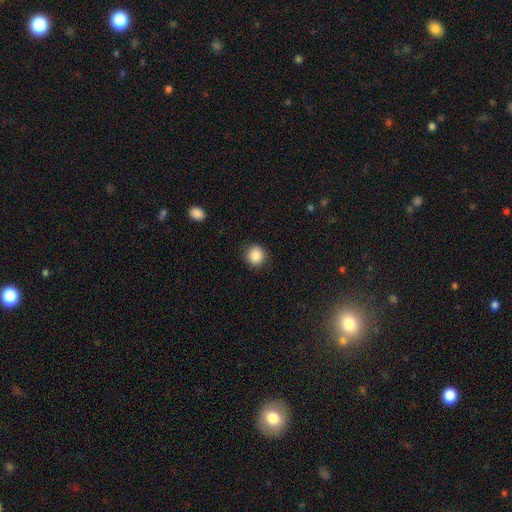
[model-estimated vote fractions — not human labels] The model was most divided on "smooth or featured": smooth: 87%, star or artifact: 9%, featured or disk: 4%. More confident: how rounded — round (93%); merging — none (90%).